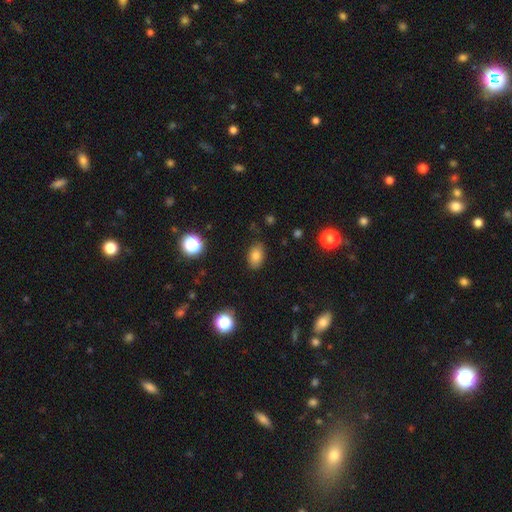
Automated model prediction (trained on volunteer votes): Smooth or featured? smooth (80%)
How rounded? in between (86%)
Merging? none (86%)